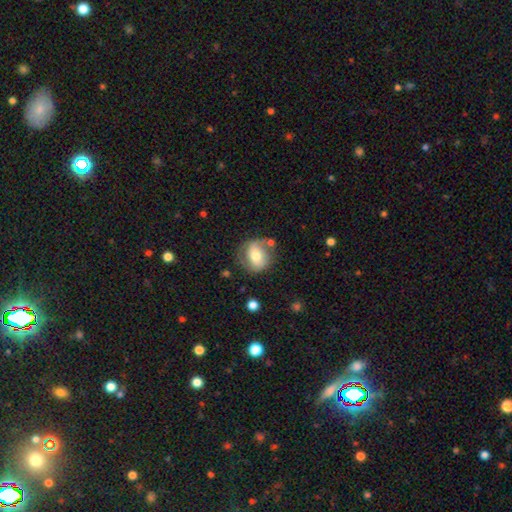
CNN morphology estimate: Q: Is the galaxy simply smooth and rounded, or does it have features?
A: smooth — 55%.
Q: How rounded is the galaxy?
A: round — 66%.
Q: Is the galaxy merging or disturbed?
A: none — 62%.